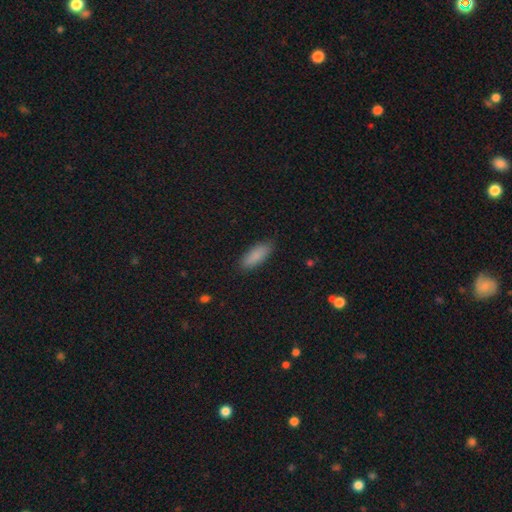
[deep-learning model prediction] smooth 87%, star or artifact 7%, featured or disk 6%. Down the decision tree: how rounded — in between (62%); merging — none (87%).